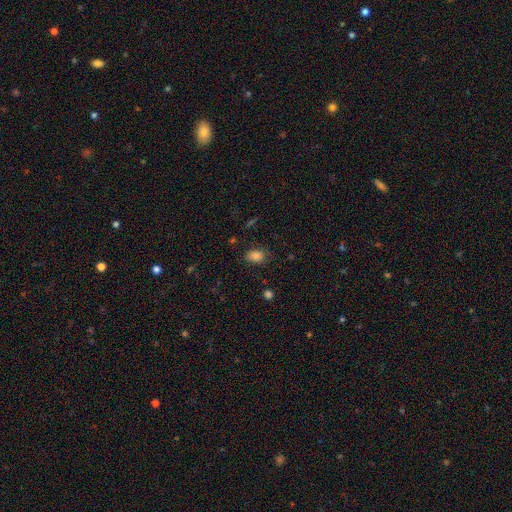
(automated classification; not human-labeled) Smooth or featured: smooth — 83% (star or artifact — 11%)
How rounded: in between — 77% (round — 22%)
Merging: none — 77% (minor disturbance — 17%)